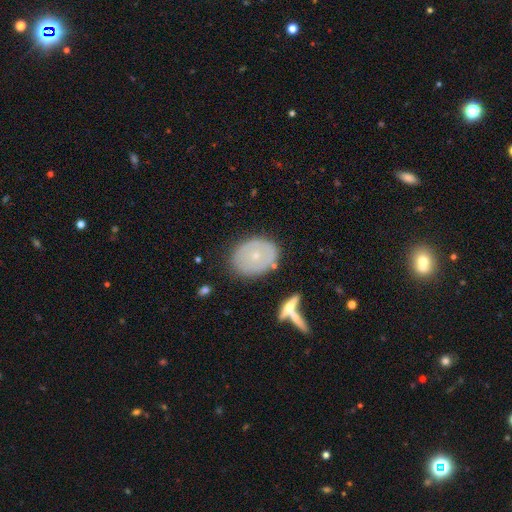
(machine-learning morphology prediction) type=smooth (53%); roundness=in between (62%); merging=none (76%).